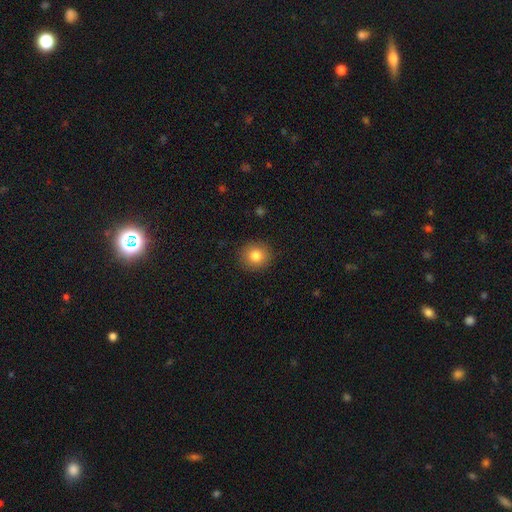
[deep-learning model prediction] Smooth or featured? Predicted: smooth (p=0.82). How rounded? Predicted: round (p=0.88). Merging? Predicted: none (p=0.90).